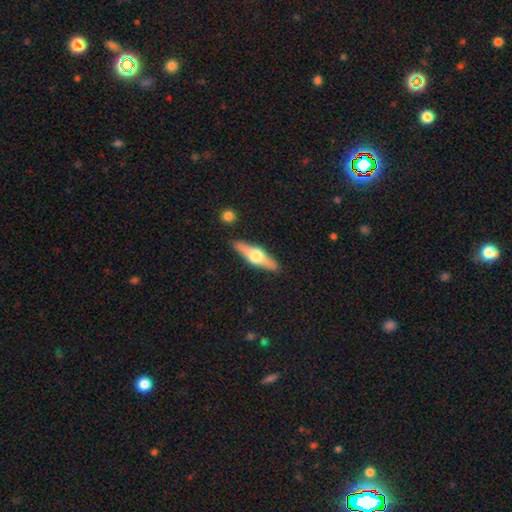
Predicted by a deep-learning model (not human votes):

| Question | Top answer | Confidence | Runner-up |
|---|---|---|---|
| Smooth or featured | featured or disk | 61% | smooth (34%) |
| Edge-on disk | yes | 94% | no (6%) |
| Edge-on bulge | rounded | 95% | boxy (3%) |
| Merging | none | 87% | minor disturbance (9%) |